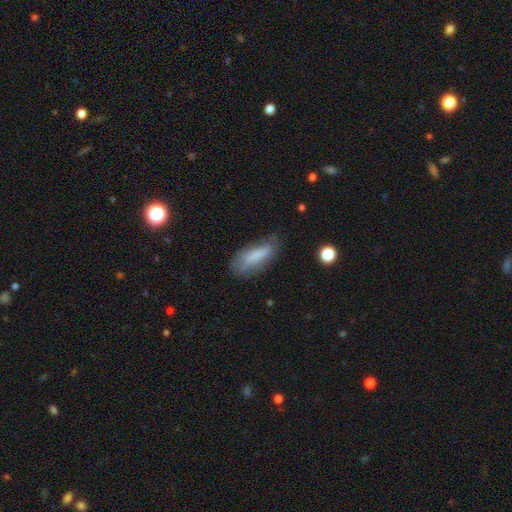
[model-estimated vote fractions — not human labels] The model was most divided on "how rounded": in between: 58%, cigar-shaped: 40%, round: 2%. More confident: smooth or featured — smooth (74%); merging — none (60%).